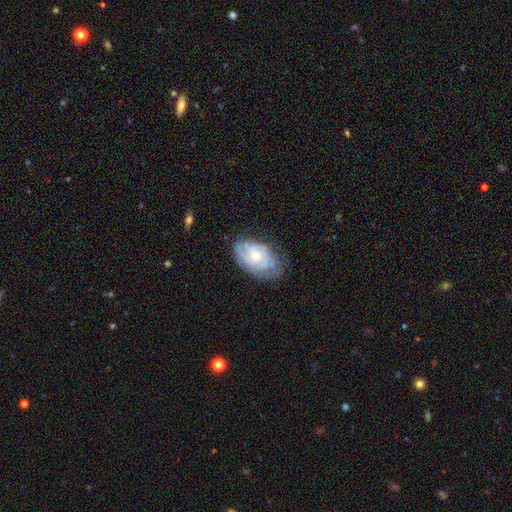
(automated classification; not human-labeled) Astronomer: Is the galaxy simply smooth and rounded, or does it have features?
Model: featured or disk — 75%.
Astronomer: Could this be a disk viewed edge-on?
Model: no — 97%.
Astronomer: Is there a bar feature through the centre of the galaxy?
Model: no — 74%.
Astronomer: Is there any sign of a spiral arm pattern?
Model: yes — 88%.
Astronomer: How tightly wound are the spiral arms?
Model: tight — 63%.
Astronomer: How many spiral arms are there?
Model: can't tell — 43% (runner-up: 2, 28%).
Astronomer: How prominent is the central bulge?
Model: small — 47% (runner-up: moderate, 44%).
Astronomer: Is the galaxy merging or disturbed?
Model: none — 61%.